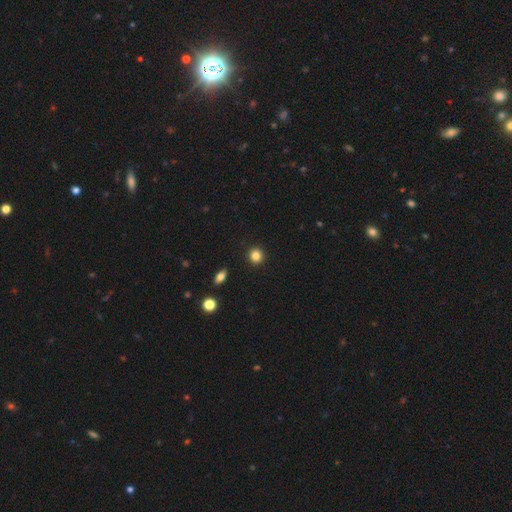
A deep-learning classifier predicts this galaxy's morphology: This is clearly a smooth galaxy (85%). How rounded: clearly round (90%). Merging: clearly none (93%).